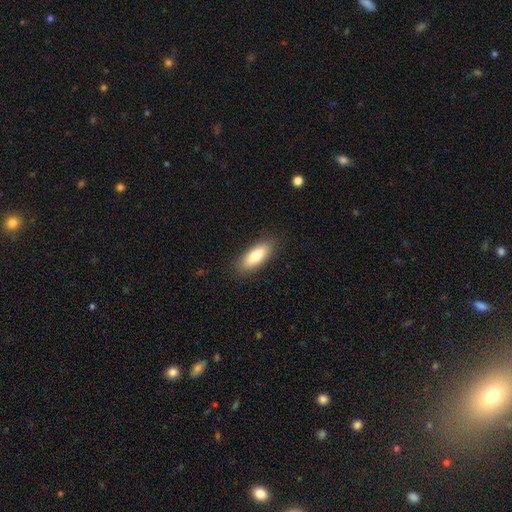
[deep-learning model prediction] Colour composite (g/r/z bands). It shows a smooth galaxy with no disk features (80%) that is in between round and cigar-shaped (68%). Merging: none (88%).